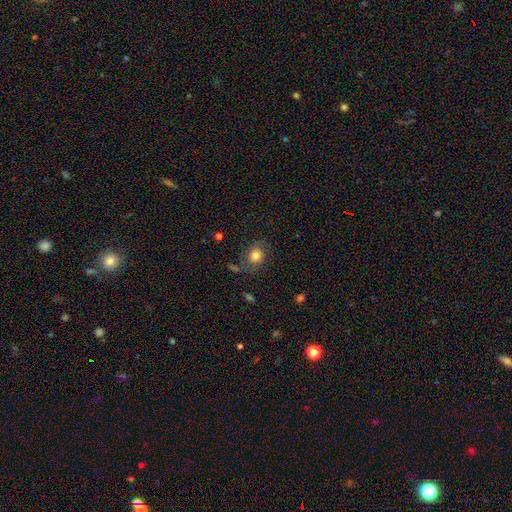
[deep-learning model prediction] smooth-or-featured: smooth: 76% | featured or disk: 14% | star or artifact: 11%
  how-rounded: round: 71% | in between: 28% | cigar-shaped: 1%
  merging: none: 71% | minor disturbance: 17% | major disturbance: 8% | merger: 3%